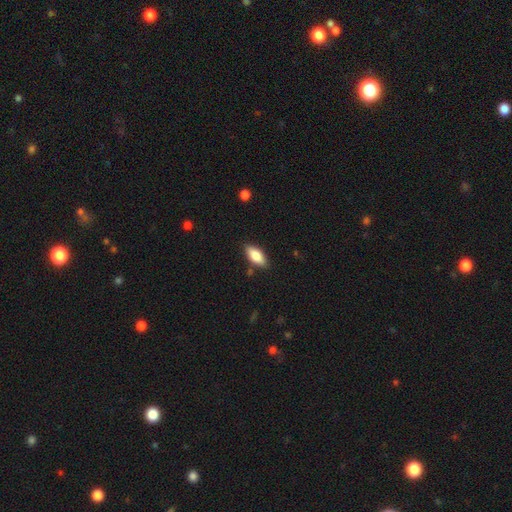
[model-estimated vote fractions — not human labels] The model was most divided on "smooth or featured": smooth: 79%, featured or disk: 14%, star or artifact: 6%. More confident: merging — none (85%); how rounded — in between (85%).